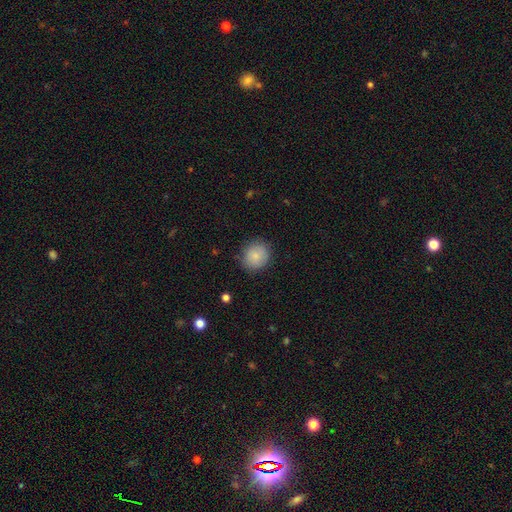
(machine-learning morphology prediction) A smooth galaxy with no disk features (84%) that is round (82%).

Vote fractions:
- Smooth or featured? smooth: 84% / featured or disk: 8% / star or artifact: 8%
- How rounded? round: 82% / in between: 17% / cigar-shaped: 1%
- Merging? none: 83% / minor disturbance: 13% / major disturbance: 3% / merger: 1%